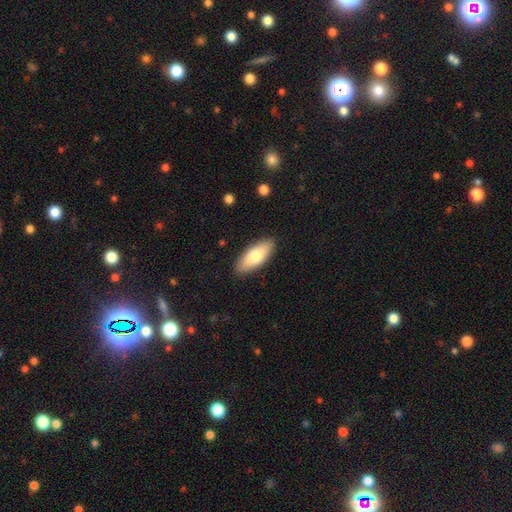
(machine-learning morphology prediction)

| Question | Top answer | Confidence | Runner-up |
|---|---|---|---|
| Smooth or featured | smooth | 76% | featured or disk (19%) |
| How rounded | in between | 80% | cigar-shaped (18%) |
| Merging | none | 88% | minor disturbance (9%) |